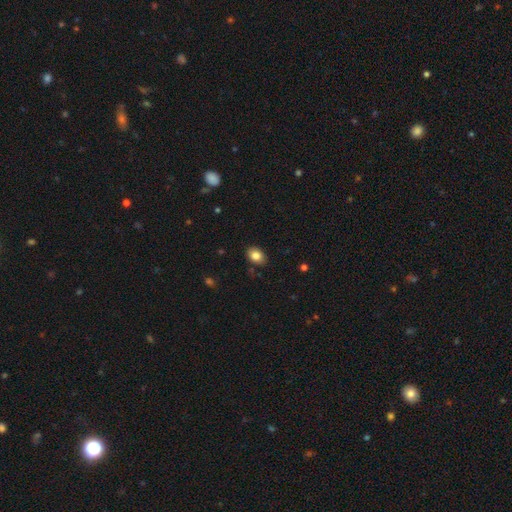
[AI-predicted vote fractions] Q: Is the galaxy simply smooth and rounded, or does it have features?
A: smooth — 84%.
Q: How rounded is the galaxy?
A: in between — 76%.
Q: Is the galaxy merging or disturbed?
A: none — 85%.